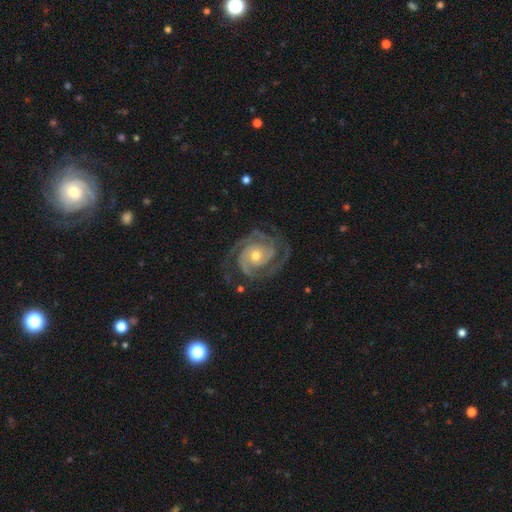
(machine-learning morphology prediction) Smooth or featured? Predicted: featured or disk (p=0.93). Edge-on disk? Predicted: no (p=0.98). Bar? Predicted: no (p=0.72). Spiral arms? Predicted: yes (p=0.98). Spiral winding? Predicted: tight (p=0.68). Spiral arm count? Predicted: 2 (p=0.43). Bulge size? Predicted: moderate (p=0.57). Merging? Predicted: none (p=0.77).